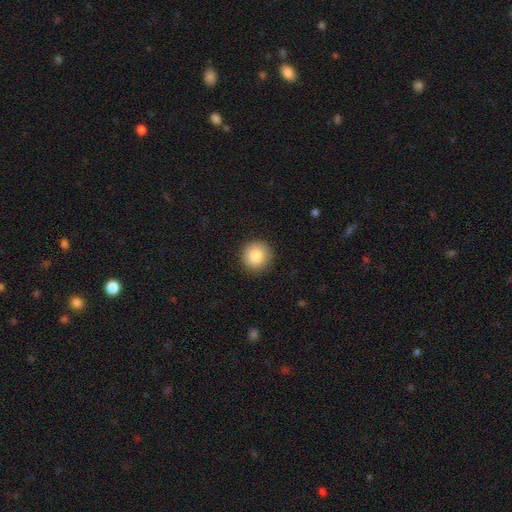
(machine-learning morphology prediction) smooth 84%, star or artifact 9%, featured or disk 7%. Down the decision tree: how rounded — round (94%); merging — none (90%).